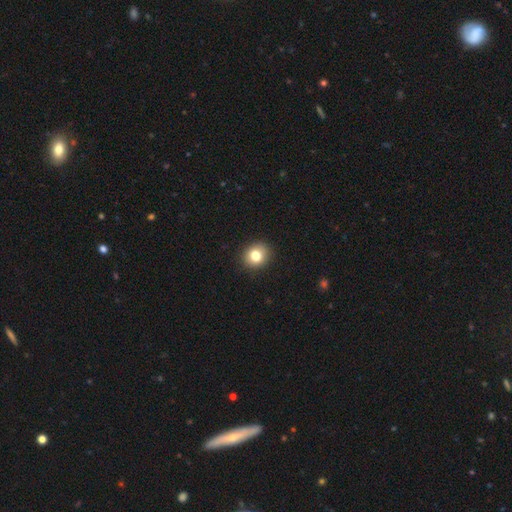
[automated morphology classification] A smooth galaxy with no disk features (80%) that is round (75%). Merging: none (91%).